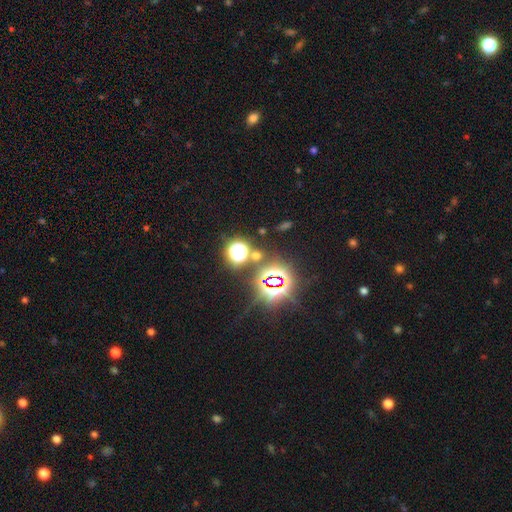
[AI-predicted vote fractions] Smooth or featured?
  - star or artifact: 67% *
  - smooth: 26%
  - featured or disk: 8%